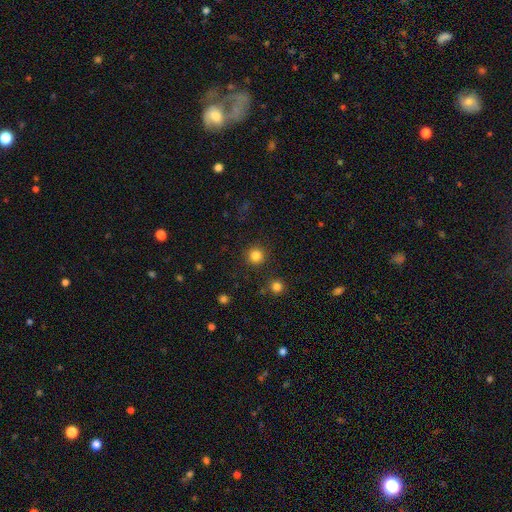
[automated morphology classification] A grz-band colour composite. It shows a smooth galaxy with no disk features (84%) that is round (95%). Merging: none (90%).